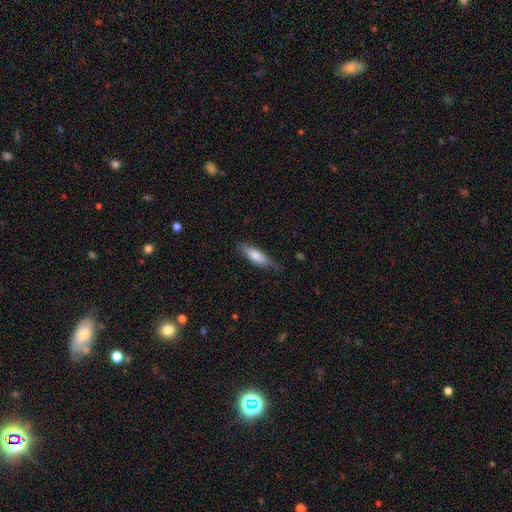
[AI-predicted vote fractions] The model was most divided on "how rounded": cigar-shaped: 52%, in between: 46%, round: 2%. More confident: smooth or featured — smooth (74%); merging — none (68%).